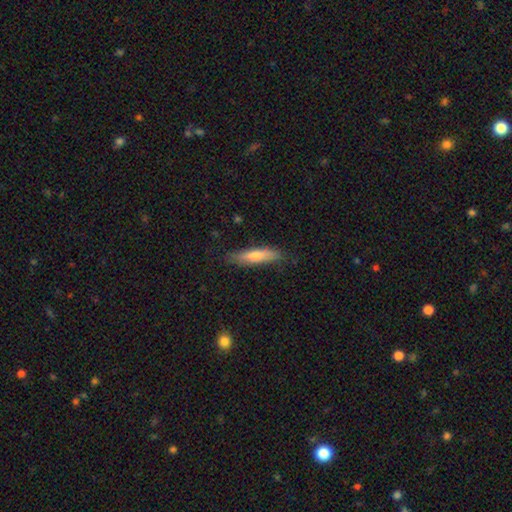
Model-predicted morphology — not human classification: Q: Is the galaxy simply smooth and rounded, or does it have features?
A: smooth — 63%.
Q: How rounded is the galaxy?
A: cigar-shaped — 82%.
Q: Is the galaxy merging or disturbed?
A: none — 85%.